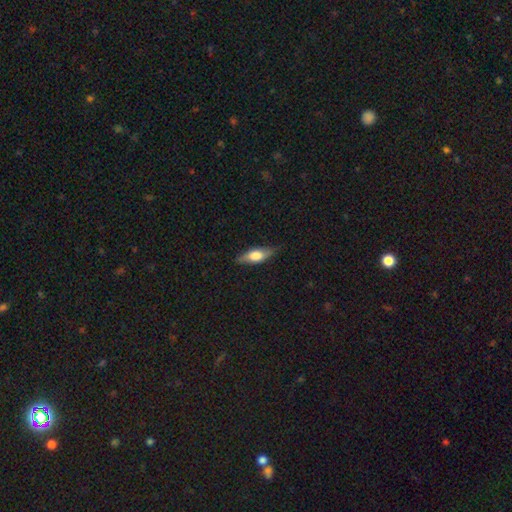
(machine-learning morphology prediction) Q: Smooth or featured?
A: smooth (53%); runner-up: featured or disk (41%)
Q: How rounded?
A: in between (61%); runner-up: cigar-shaped (36%)
Q: Merging?
A: none (80%); runner-up: minor disturbance (16%)